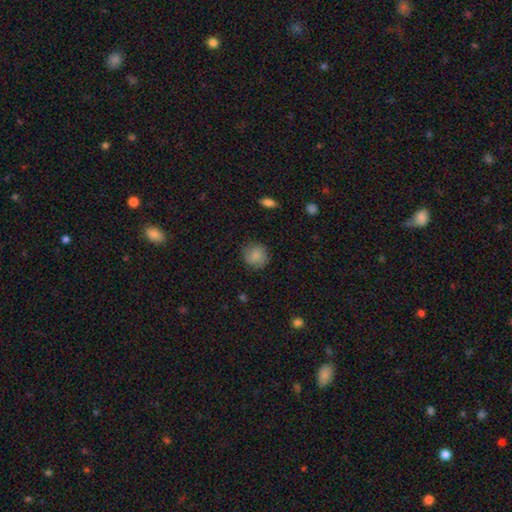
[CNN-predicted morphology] type=smooth (82%); roundness=round (88%); merging=none (80%).